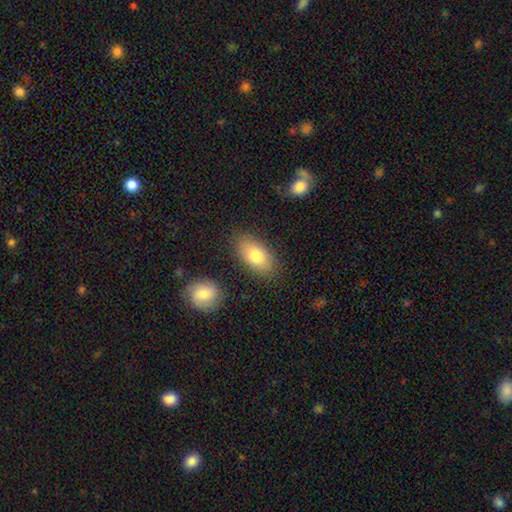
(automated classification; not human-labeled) Overall: smooth (81%). How rounded: in between (92%). Merging: none (81%).